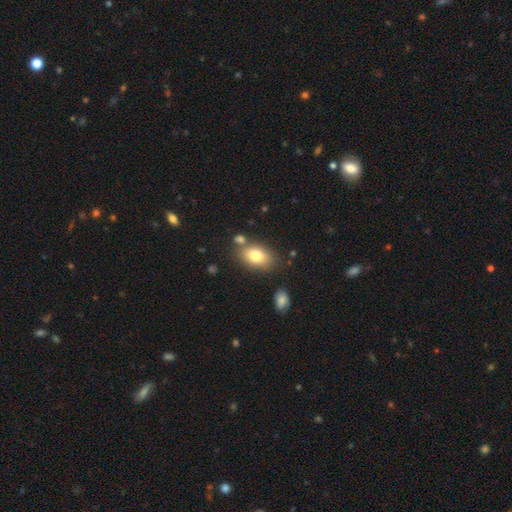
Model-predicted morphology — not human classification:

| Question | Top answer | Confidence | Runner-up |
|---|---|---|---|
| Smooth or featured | smooth | 78% | featured or disk (13%) |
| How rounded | in between | 85% | round (13%) |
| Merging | none | 72% | minor disturbance (14%) |